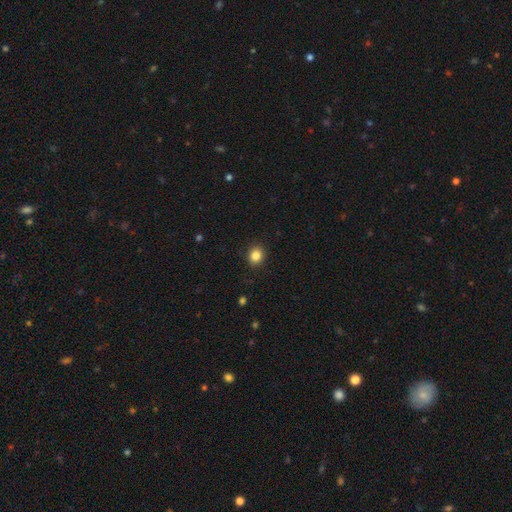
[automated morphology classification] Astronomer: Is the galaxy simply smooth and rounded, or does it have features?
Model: smooth — 85%.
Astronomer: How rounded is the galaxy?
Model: round — 78%.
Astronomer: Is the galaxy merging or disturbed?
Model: none — 91%.